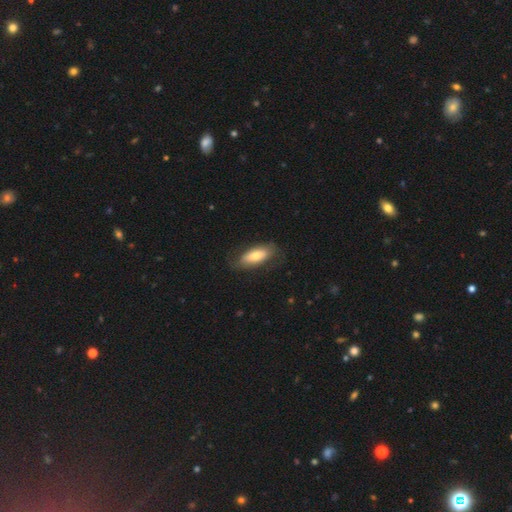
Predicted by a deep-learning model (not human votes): A smooth galaxy with no disk features (68%) that is in between round and cigar-shaped (75%).

Vote fractions:
- Smooth or featured? smooth: 68% / featured or disk: 26% / star or artifact: 6%
- How rounded? in between: 75% / cigar-shaped: 23% / round: 2%
- Merging? none: 74% / minor disturbance: 18% / major disturbance: 6% / merger: 1%